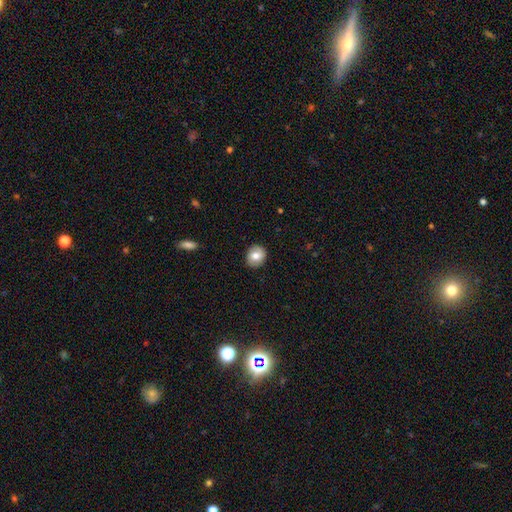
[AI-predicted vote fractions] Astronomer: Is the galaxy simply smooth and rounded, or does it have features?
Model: smooth — 76%.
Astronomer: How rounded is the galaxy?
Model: round — 71%.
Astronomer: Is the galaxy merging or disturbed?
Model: none — 87%.